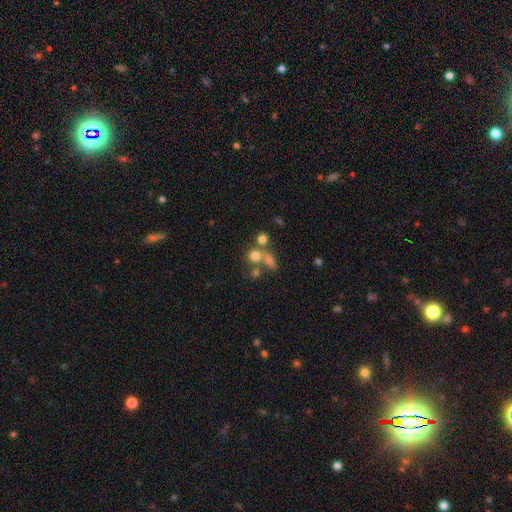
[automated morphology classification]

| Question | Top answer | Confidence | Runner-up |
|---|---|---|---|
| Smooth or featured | smooth | 70% | star or artifact (15%) |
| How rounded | round | 80% | in between (18%) |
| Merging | none | 44% | merger (39%) |